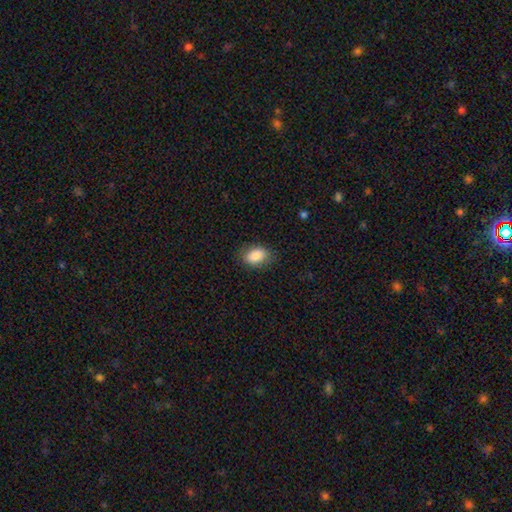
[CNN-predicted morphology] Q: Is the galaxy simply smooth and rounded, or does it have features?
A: smooth — 87%.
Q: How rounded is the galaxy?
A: in between — 81%.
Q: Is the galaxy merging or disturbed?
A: none — 80%.